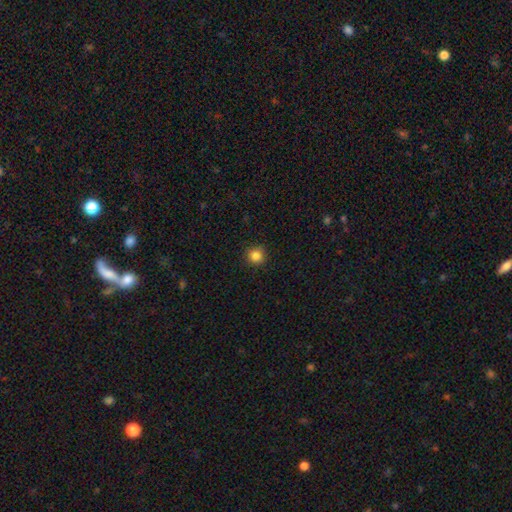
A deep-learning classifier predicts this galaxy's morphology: This appears to be a smooth galaxy with no disk features (85%) that is round (93%). Merging: none (89%).